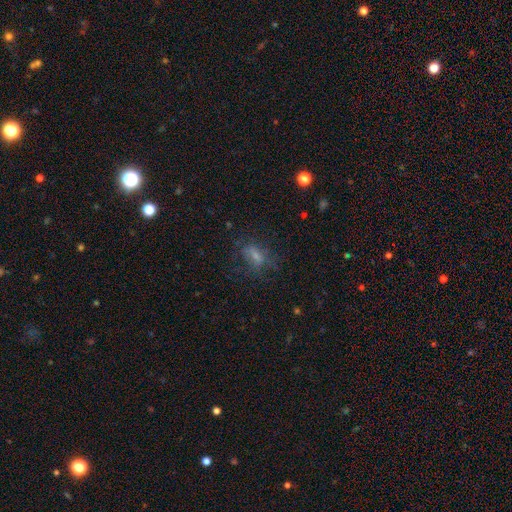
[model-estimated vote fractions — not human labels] This appears to be a smooth galaxy with no disk features (45%). Merging: none (61%).